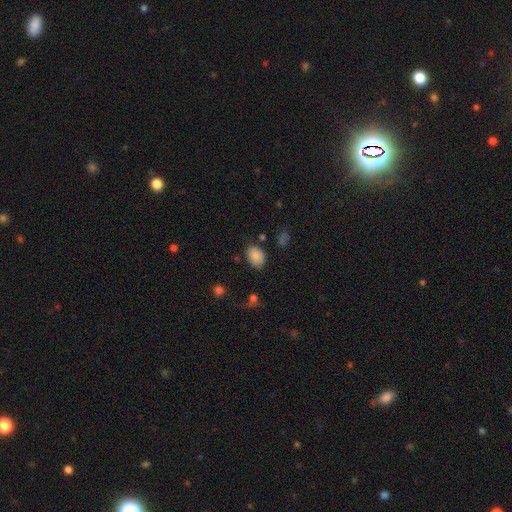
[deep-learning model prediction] This is clearly a smooth galaxy (85%). How rounded: likely in between (75%). Merging: likely none (77%).